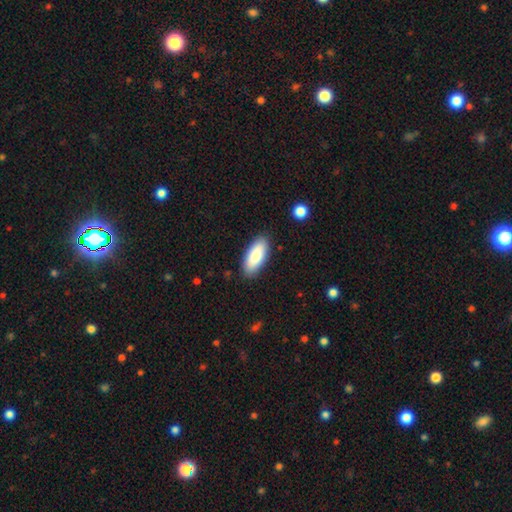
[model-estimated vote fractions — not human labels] This is clearly a smooth galaxy (85%). How rounded: clearly in between (85%). Merging: clearly none (86%).